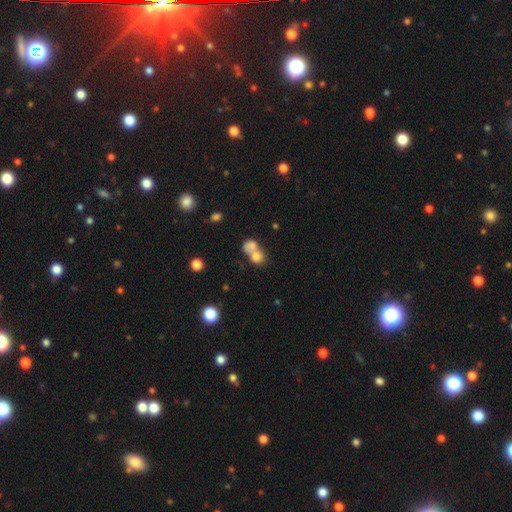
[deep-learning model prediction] smooth_or_featured: smooth (p=0.75) [alt: featured or disk p=0.15]
how_rounded: round (p=0.68) [alt: in between p=0.31]
merging: merger (p=0.68) [alt: none p=0.23]